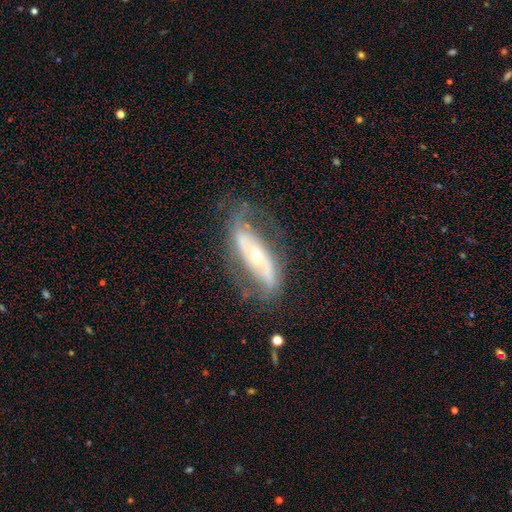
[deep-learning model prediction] Q: Smooth or featured?
A: featured or disk (79%); runner-up: smooth (15%)
Q: Edge-on disk?
A: no (84%); runner-up: yes (16%)
Q: Bar?
A: no (50%); runner-up: strong (29%)
Q: Spiral arms?
A: yes (79%); runner-up: no (21%)
Q: Spiral winding?
A: loose (45%); runner-up: medium (35%)
Q: Spiral arm count?
A: 2 (80%); runner-up: can't tell (12%)
Q: Bulge size?
A: small (59%); runner-up: moderate (37%)
Q: Merging?
A: none (61%); runner-up: minor disturbance (21%)